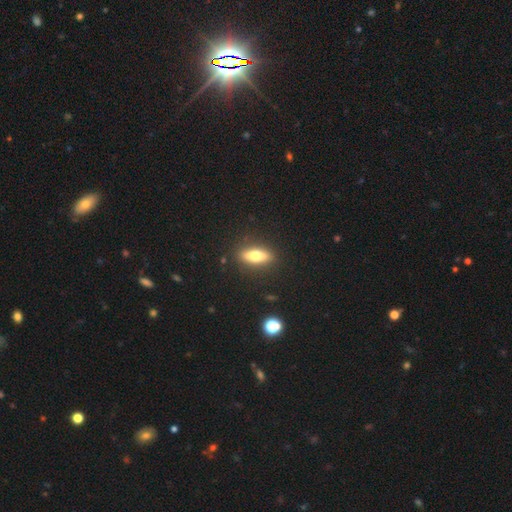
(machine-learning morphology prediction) This is likely a smooth galaxy (61%). How rounded: possibly in between (56%). Merging: clearly none (88%).